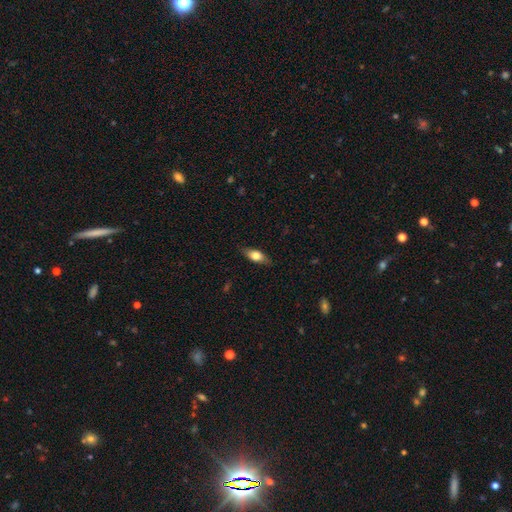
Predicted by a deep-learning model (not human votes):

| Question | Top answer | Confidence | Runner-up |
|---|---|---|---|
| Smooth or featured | smooth | 70% | featured or disk (24%) |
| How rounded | in between | 76% | cigar-shaped (20%) |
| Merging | none | 83% | minor disturbance (13%) |